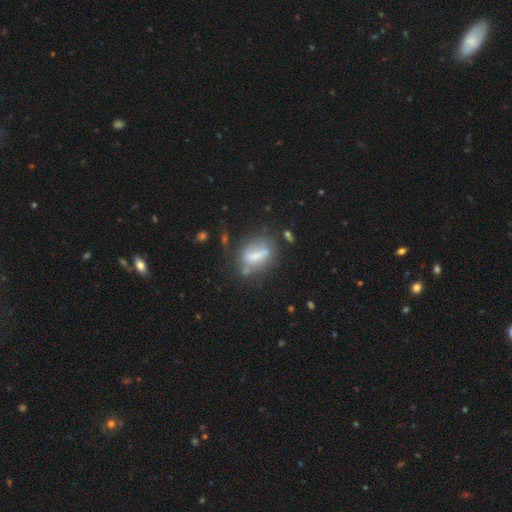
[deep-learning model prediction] This appears to be a smooth galaxy with no disk features (48%). Merging: none (52%).